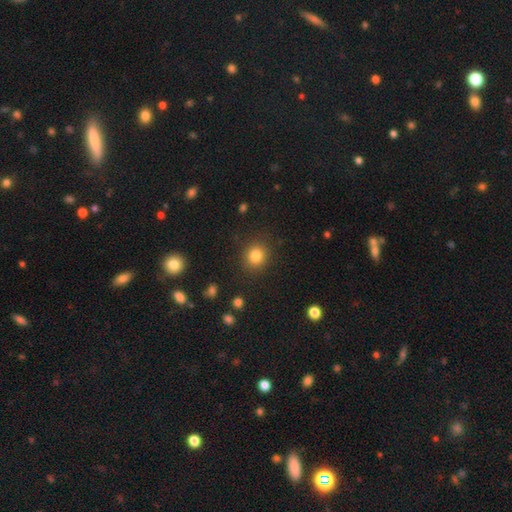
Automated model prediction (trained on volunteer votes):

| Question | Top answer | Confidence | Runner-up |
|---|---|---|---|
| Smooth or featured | smooth | 83% | star or artifact (12%) |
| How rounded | round | 82% | in between (17%) |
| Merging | none | 87% | minor disturbance (8%) |